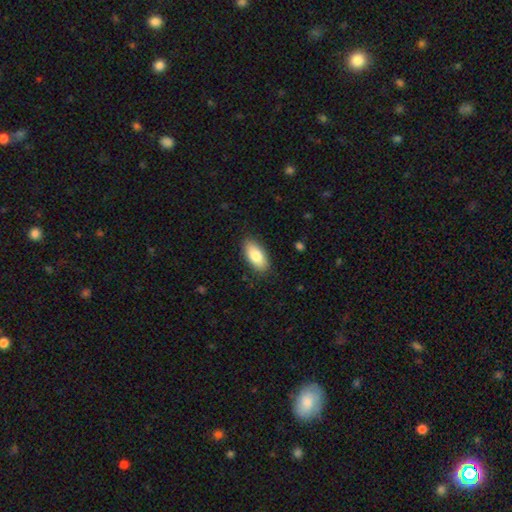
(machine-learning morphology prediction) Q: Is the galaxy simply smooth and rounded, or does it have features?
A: smooth — 81%.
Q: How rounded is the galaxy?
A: in between — 90%.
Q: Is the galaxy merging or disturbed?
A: none — 86%.